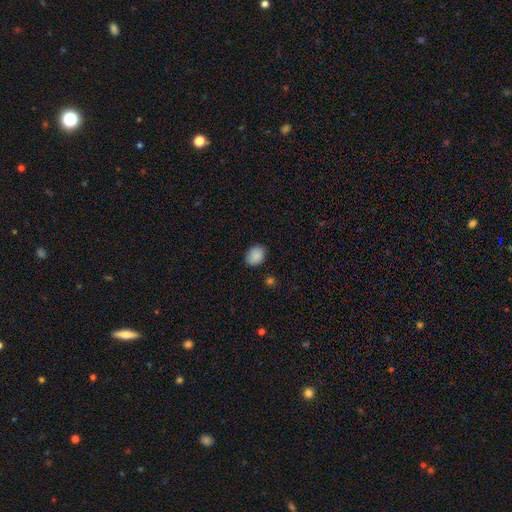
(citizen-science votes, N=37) Q: Smooth or featured?
A: smooth (89%); runner-up: star or artifact (8%)
Q: How rounded?
A: in between (82%); runner-up: round (18%)
Q: Merging?
A: none (82%); runner-up: minor disturbance (15%)